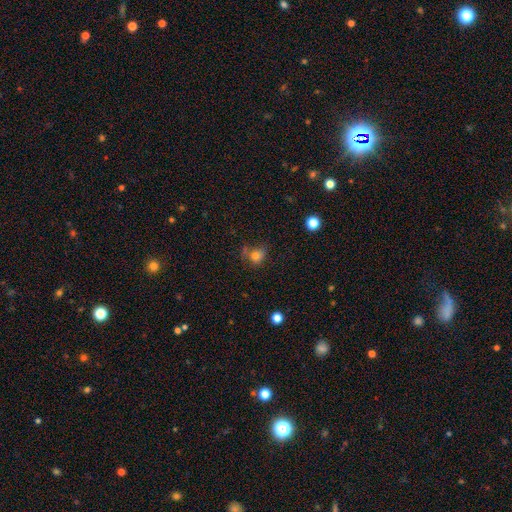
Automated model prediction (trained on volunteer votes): Morphology: type=smooth (76%); roundness=round (66%); merging=none (55%).